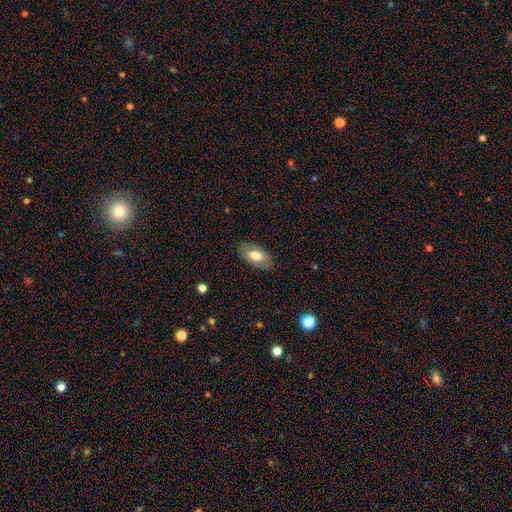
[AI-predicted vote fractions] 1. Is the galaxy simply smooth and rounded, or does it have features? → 69% smooth, 25% featured or disk, 6% star or artifact.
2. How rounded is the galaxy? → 92% in between, 4% cigar-shaped, 4% round.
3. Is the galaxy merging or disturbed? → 85% none, 11% minor disturbance, 3% major disturbance, 1% merger.